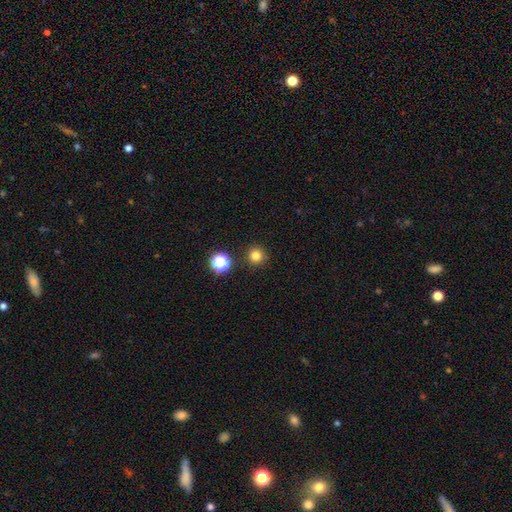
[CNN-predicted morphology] This is likely a smooth galaxy (79%). How rounded: clearly round (96%). Merging: clearly none (91%).